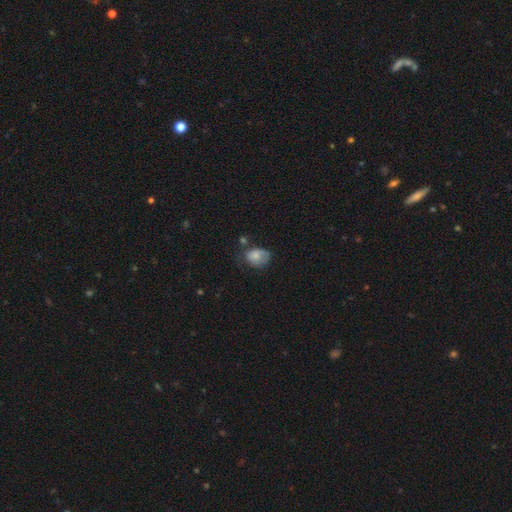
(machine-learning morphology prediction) The model was most divided on "merging": none: 41%, minor disturbance: 35%, major disturbance: 17%, merger: 7%. More confident: smooth or featured — smooth (74%); how rounded — in between (60%).